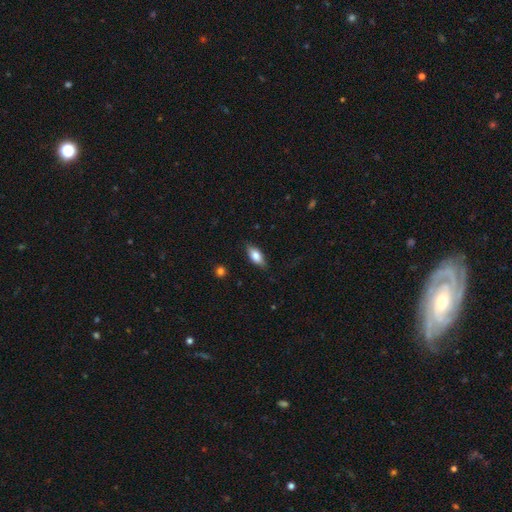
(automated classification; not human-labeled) Q: Smooth or featured?
A: smooth (75%); runner-up: featured or disk (18%)
Q: How rounded?
A: in between (84%); runner-up: cigar-shaped (13%)
Q: Merging?
A: none (82%); runner-up: minor disturbance (14%)